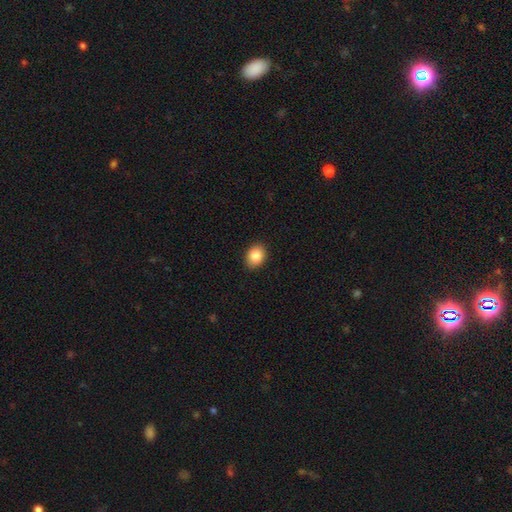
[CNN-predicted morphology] smooth 86%, star or artifact 8%, featured or disk 5%. Down the decision tree: how rounded — in between (56%); merging — none (90%).